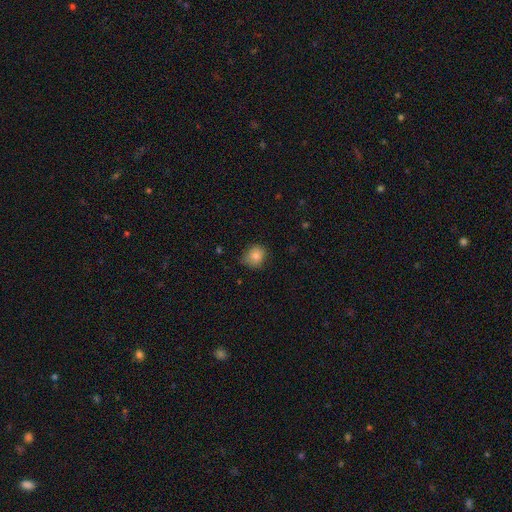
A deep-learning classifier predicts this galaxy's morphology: This is clearly a smooth galaxy (80%). How rounded: likely round (79%). Merging: likely none (71%).